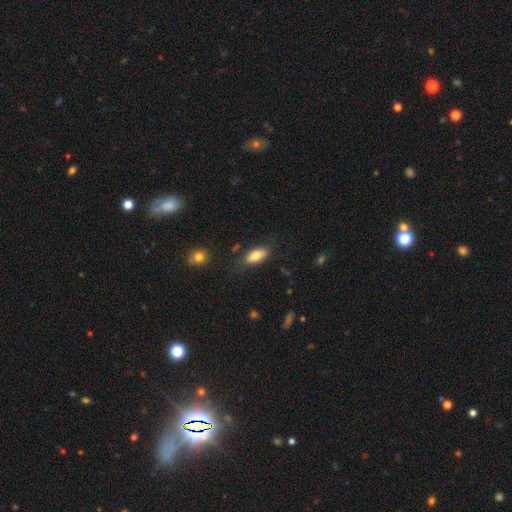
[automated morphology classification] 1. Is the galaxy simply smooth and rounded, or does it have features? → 79% smooth, 14% featured or disk, 7% star or artifact.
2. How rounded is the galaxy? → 83% in between, 14% cigar-shaped, 3% round.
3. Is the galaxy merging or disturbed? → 76% none, 17% minor disturbance, 5% major disturbance, 3% merger.